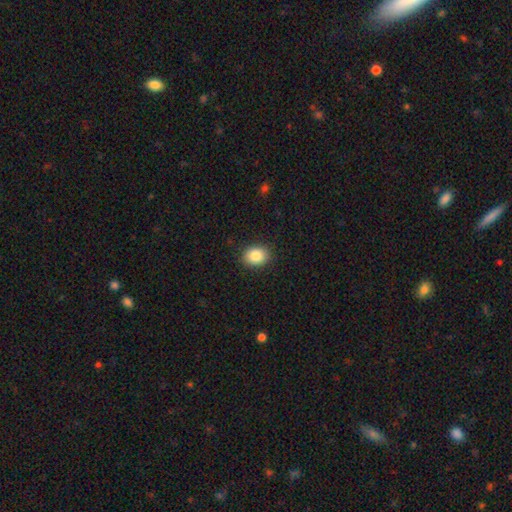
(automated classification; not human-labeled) smooth 86%, star or artifact 8%, featured or disk 6%. Down the decision tree: how rounded — in between (58%); merging — none (89%).